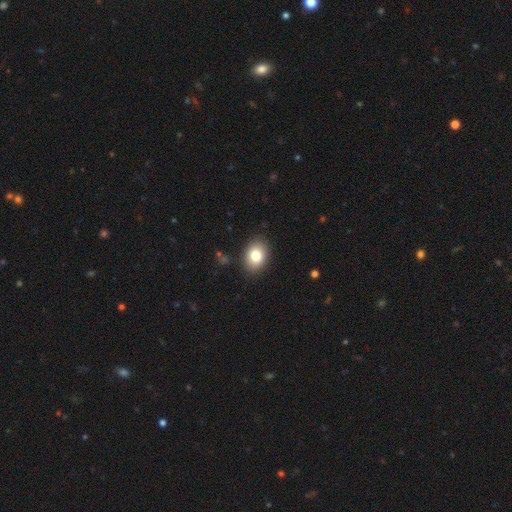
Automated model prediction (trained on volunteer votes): A smooth galaxy with no disk features (81%) that is in between round and cigar-shaped (71%).

Vote fractions:
- Smooth or featured? smooth: 81% / featured or disk: 10% / star or artifact: 9%
- How rounded? in between: 71% / round: 28% / cigar-shaped: 1%
- Merging? none: 88% / minor disturbance: 9% / major disturbance: 2% / merger: 1%